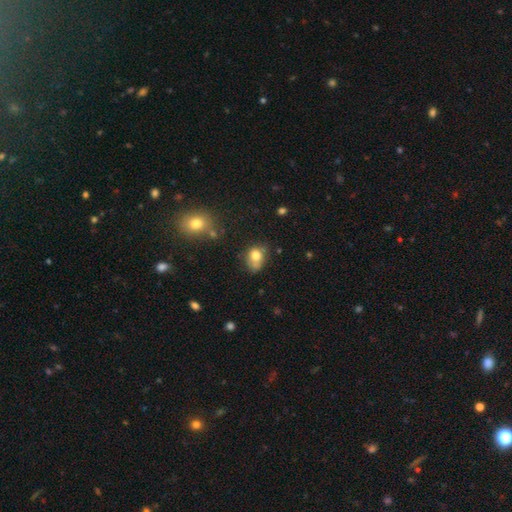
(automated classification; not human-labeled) Morphology: type=smooth (74%); roundness=in between (57%); merging=none (41%).